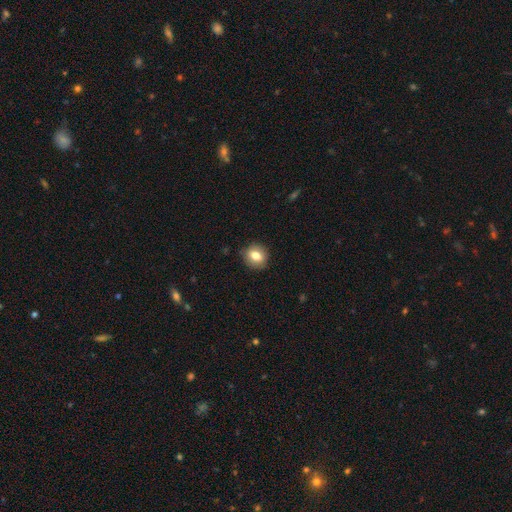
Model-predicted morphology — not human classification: Smooth or featured?
  - smooth: 79% *
  - featured or disk: 12%
  - star or artifact: 9%
How rounded?
  - round: 76% *
  - in between: 23%
  - cigar-shaped: 1%
Merging?
  - none: 88% *
  - minor disturbance: 9%
  - major disturbance: 2%
  - merger: 1%